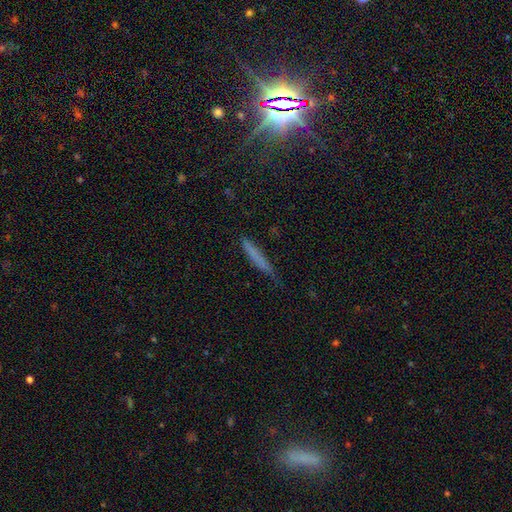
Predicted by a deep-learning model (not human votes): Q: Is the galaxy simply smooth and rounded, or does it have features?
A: smooth — 66%.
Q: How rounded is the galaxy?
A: cigar-shaped — 95%.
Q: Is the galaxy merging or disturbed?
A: none — 75%.